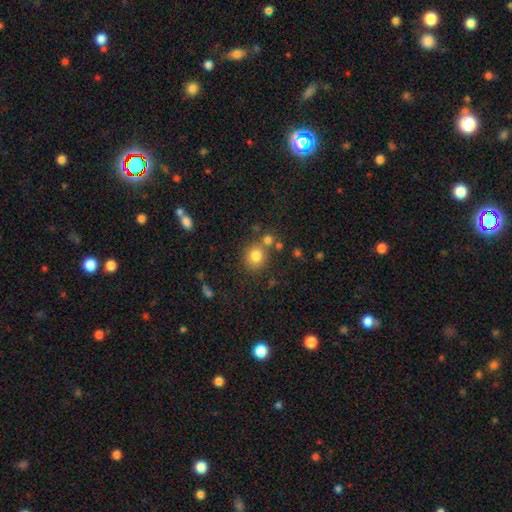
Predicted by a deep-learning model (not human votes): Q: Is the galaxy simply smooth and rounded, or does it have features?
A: smooth — 80%.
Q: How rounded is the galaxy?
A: round — 85%.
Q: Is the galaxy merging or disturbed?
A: none — 71%.